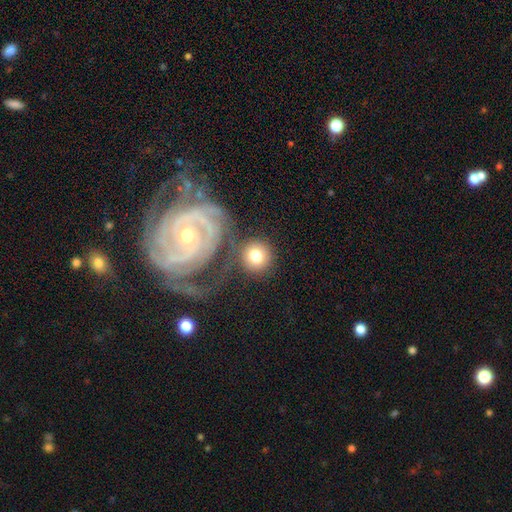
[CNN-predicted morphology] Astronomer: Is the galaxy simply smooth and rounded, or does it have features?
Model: smooth — 70%.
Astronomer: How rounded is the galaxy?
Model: round — 90%.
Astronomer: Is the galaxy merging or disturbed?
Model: none — 66%.